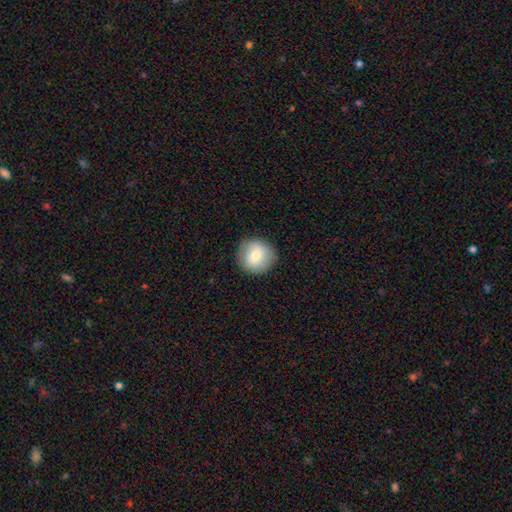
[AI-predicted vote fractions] smooth 76%, featured or disk 16%, star or artifact 8%. Down the decision tree: how rounded — round (93%); merging — none (88%).